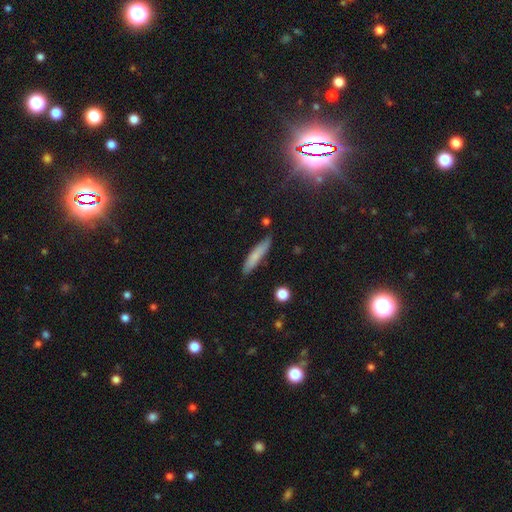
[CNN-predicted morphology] smooth 75%, featured or disk 18%, star or artifact 7%. Down the decision tree: how rounded — cigar-shaped (86%); merging — none (81%).